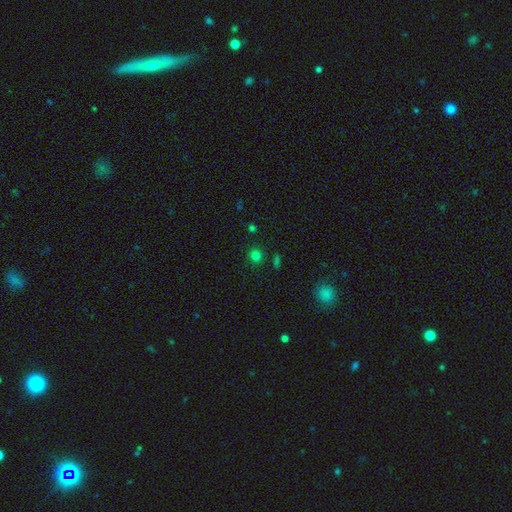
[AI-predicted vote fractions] Overall: smooth (77%). How rounded: round (89%). Merging: none (86%).